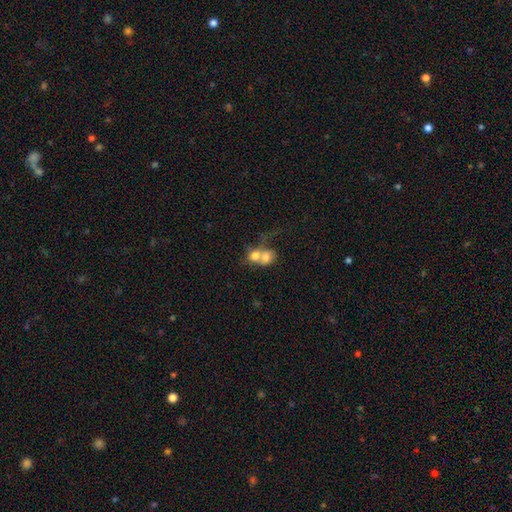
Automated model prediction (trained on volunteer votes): Smooth or featured?
  - smooth: 68% *
  - featured or disk: 23%
  - star or artifact: 9%
How rounded?
  - round: 60% *
  - in between: 39%
  - cigar-shaped: 1%
Merging?
  - merger: 75% *
  - none: 13%
  - major disturbance: 6%
  - minor disturbance: 5%